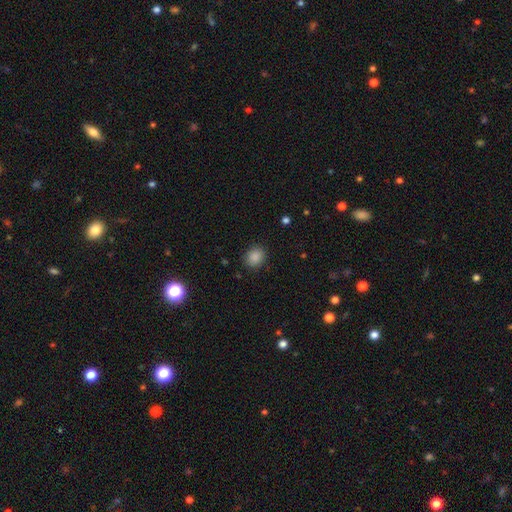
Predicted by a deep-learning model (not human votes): Smooth or featured: smooth — 86% (star or artifact — 11%)
How rounded: round — 60% (in between — 39%)
Merging: none — 88% (minor disturbance — 9%)